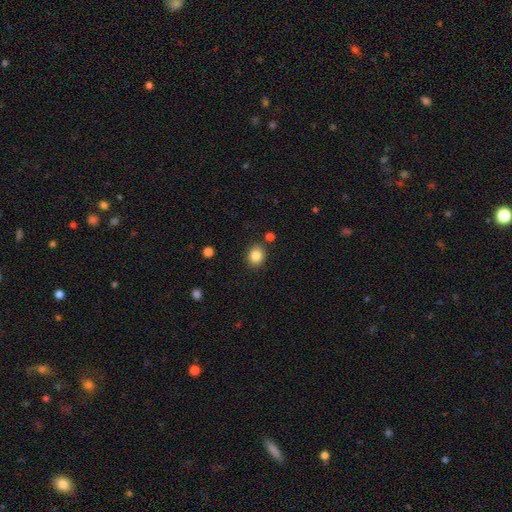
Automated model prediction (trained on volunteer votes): smooth 85%, star or artifact 10%, featured or disk 5%. Down the decision tree: how rounded — round (70%); merging — none (85%).